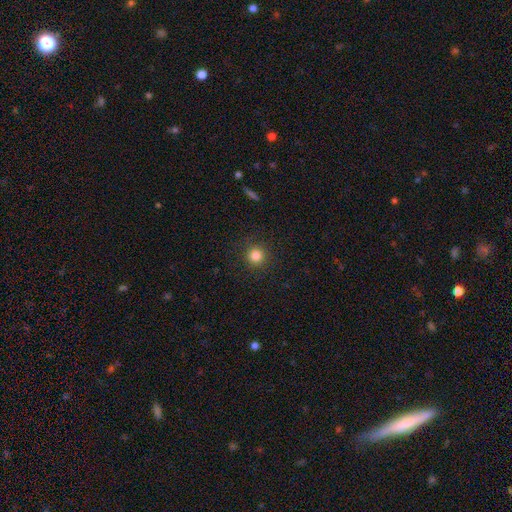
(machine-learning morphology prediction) A smooth galaxy with no disk features (84%) that is round (95%).

Vote fractions:
- Smooth or featured? smooth: 84% / star or artifact: 12% / featured or disk: 5%
- How rounded? round: 95% / in between: 4% / cigar-shaped: 1%
- Merging? none: 90% / minor disturbance: 6% / major disturbance: 3% / merger: 1%